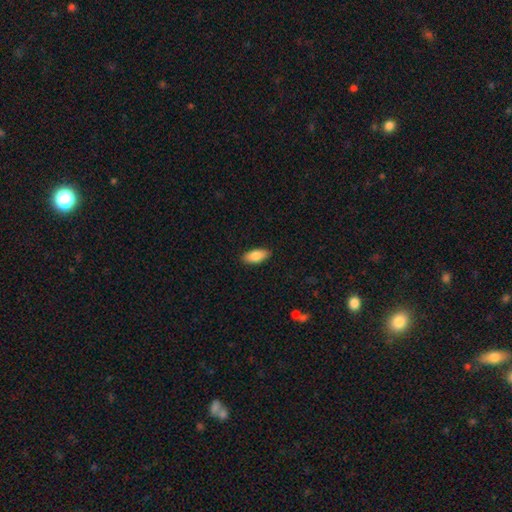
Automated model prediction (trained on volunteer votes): This appears to be a smooth galaxy with no disk features (84%) that is in between round and cigar-shaped (89%). Merging: none (89%).